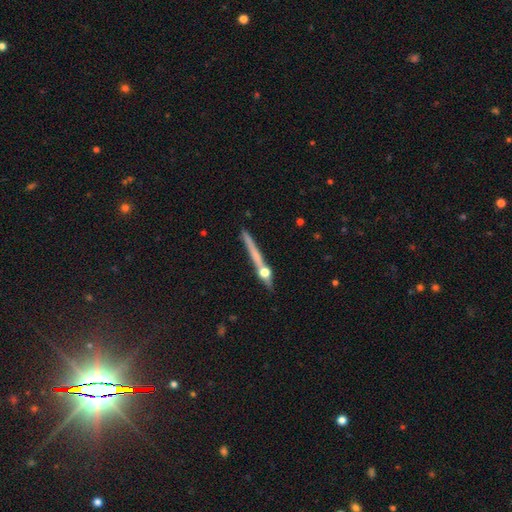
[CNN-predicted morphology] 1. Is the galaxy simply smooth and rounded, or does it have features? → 53% featured or disk, 37% smooth, 10% star or artifact.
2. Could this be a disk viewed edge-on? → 95% yes, 5% no.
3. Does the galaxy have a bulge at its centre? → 52% none, 41% rounded, 7% boxy.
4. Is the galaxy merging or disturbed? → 75% none, 11% minor disturbance, 10% merger, 4% major disturbance.